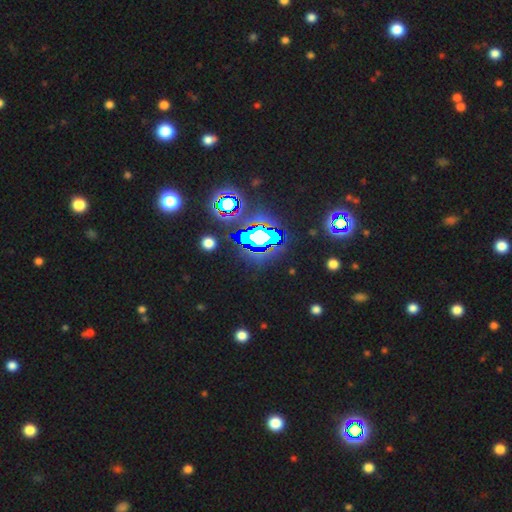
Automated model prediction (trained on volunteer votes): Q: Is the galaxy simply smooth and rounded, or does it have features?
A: star or artifact — 80%.